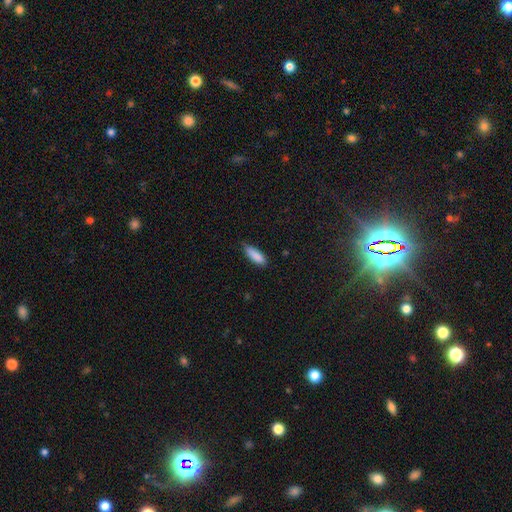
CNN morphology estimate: Q: Smooth or featured?
A: smooth (88%); runner-up: star or artifact (7%)
Q: How rounded?
A: in between (55%); runner-up: cigar-shaped (43%)
Q: Merging?
A: none (67%); runner-up: minor disturbance (28%)